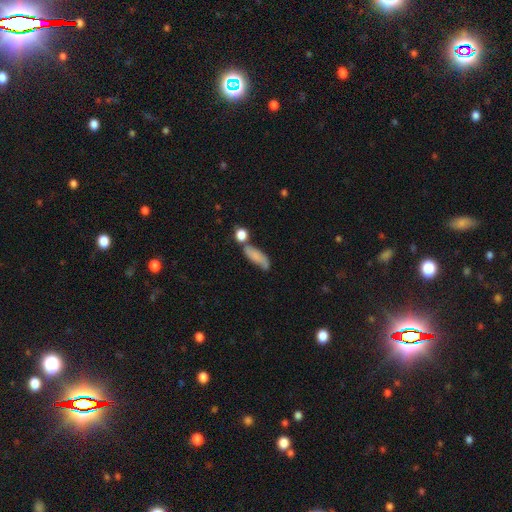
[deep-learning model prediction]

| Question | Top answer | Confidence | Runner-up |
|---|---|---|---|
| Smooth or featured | smooth | 67% | featured or disk (24%) |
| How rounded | in between | 59% | cigar-shaped (35%) |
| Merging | none | 48% | minor disturbance (22%) |